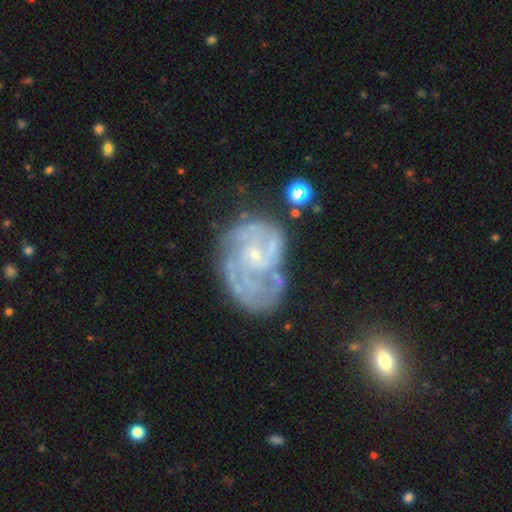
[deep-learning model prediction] Smooth or featured: featured or disk — 82% (smooth — 11%)
Edge-on disk: no — 98% (yes — 2%)
Bar: no — 72% (weak — 23%)
Spiral arms: yes — 87% (no — 13%)
Spiral winding: tight — 54% (medium — 35%)
Spiral arm count: can't tell — 38% (3 — 20%)
Bulge size: small — 80% (moderate — 13%)
Merging: none — 49% (minor disturbance — 25%)